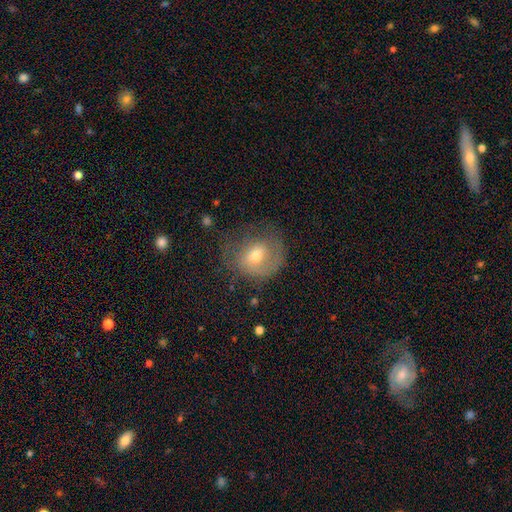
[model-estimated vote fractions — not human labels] A smooth galaxy with no disk features (48%). Merging: none (51%).